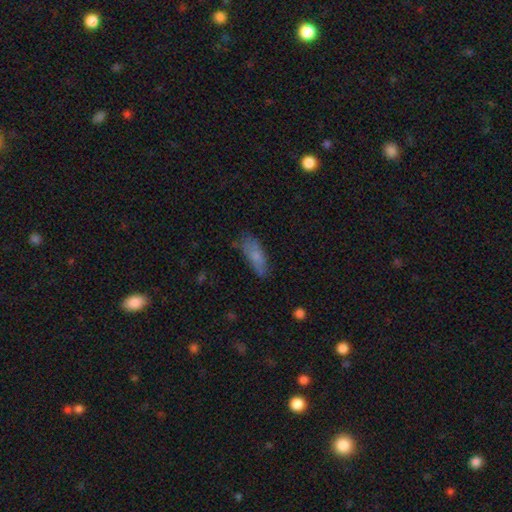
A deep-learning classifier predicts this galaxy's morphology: smooth 74%, featured or disk 19%, star or artifact 7%. Down the decision tree: how rounded — in between (65%); merging — none (68%).